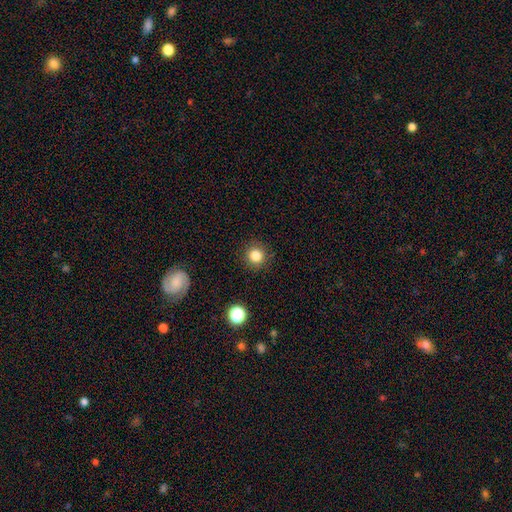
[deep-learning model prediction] Morphology: type=smooth (83%); roundness=round (92%); merging=none (89%).